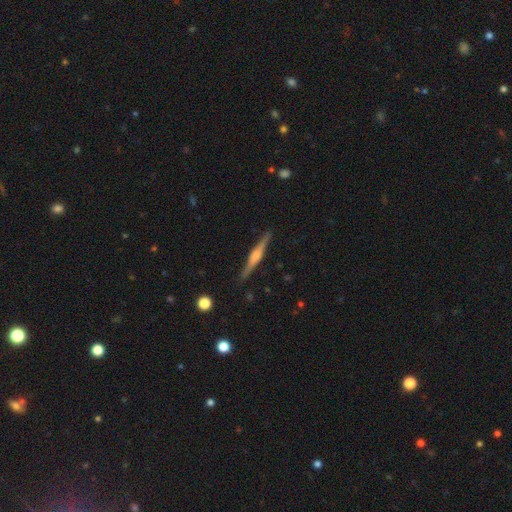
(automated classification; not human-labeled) Smooth or featured: featured or disk — 73% (smooth — 21%)
Edge-on disk: yes — 98% (no — 2%)
Edge-on bulge: rounded — 64% (boxy — 28%)
Merging: none — 89% (minor disturbance — 8%)